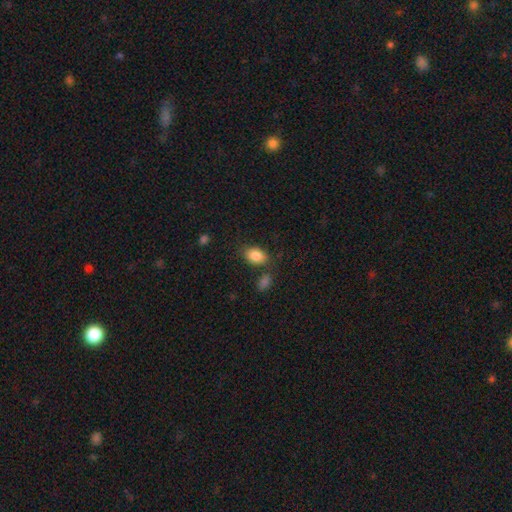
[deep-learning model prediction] smooth 86%, star or artifact 8%, featured or disk 6%. Down the decision tree: how rounded — in between (85%); merging — none (72%).